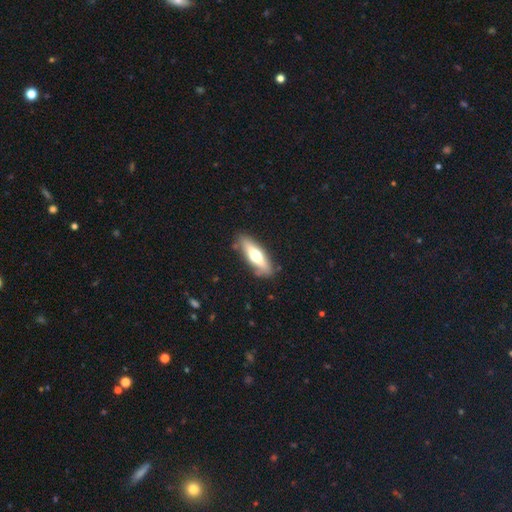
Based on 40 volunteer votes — featured or disk 65%, smooth 32%, star or artifact 2%. Down the decision tree: edge-on disk — yes (85%); edge-on bulge — rounded (95%); merging — none (82%).